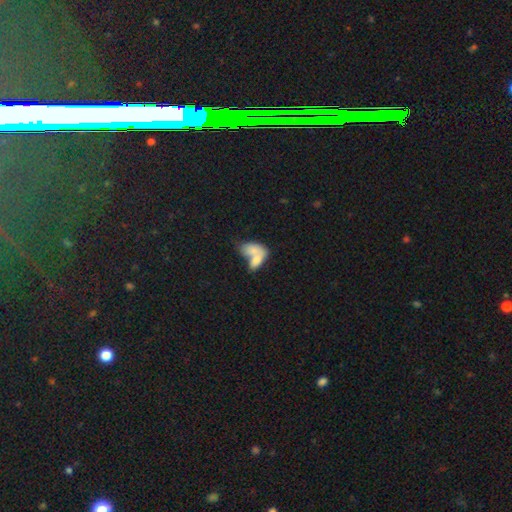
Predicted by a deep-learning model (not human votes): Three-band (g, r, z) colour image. It shows a smooth galaxy with no disk features (75%) that is in between round and cigar-shaped (89%). Merging: merger (70%).